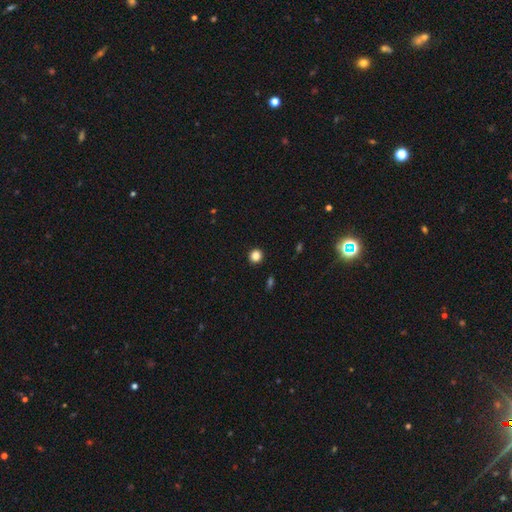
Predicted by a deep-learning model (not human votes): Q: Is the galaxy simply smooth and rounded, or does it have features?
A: smooth — 84%.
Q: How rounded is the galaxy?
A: round — 92%.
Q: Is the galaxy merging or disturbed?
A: none — 93%.